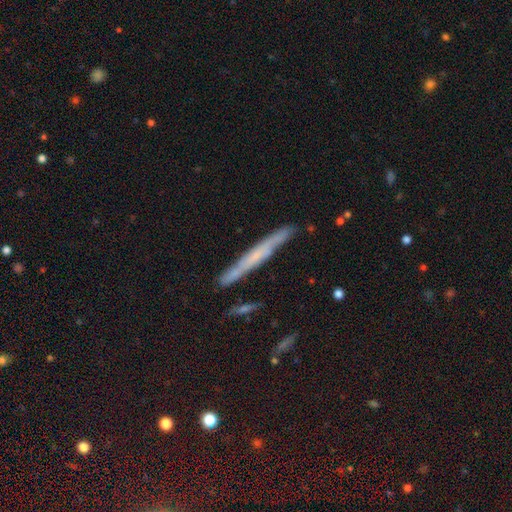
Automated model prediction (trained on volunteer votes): Smooth or featured?
  - featured or disk: 51% *
  - smooth: 40%
  - star or artifact: 9%
Edge-on disk?
  - yes: 91% *
  - no: 9%
Merging?
  - none: 85% *
  - minor disturbance: 11%
  - merger: 2%
  - major disturbance: 2%